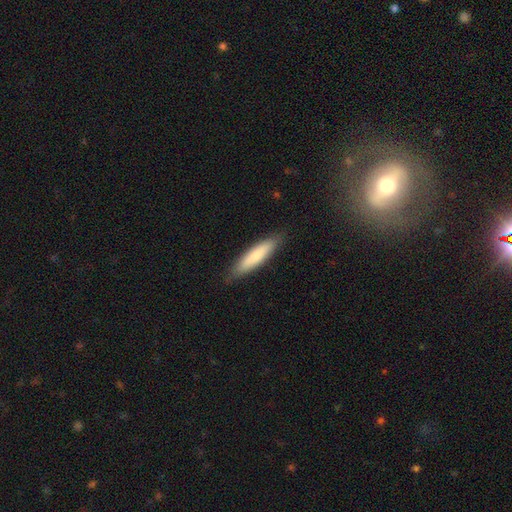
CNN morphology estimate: This is likely a smooth galaxy (78%). How rounded: likely cigar-shaped (77%). Merging: clearly none (86%).